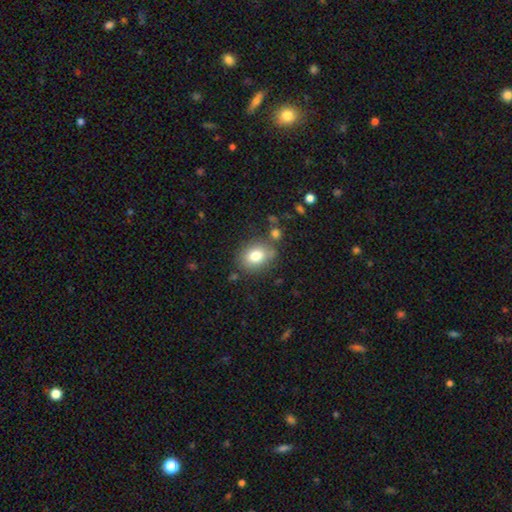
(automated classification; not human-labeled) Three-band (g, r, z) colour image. It shows a smooth galaxy with no disk features (79%) that is in between round and cigar-shaped (54%). Merging: none (75%).